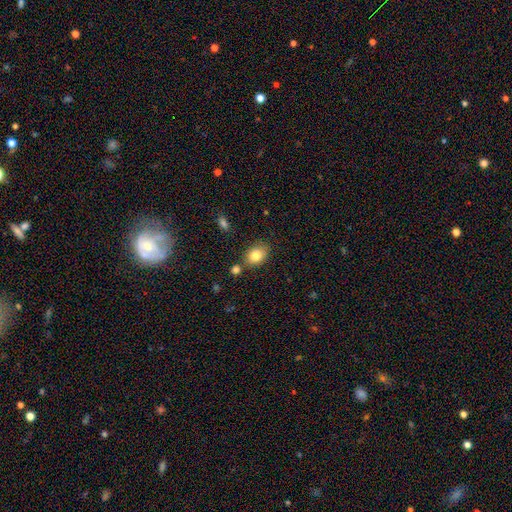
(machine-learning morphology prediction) Q: Smooth or featured?
A: smooth (82%); runner-up: featured or disk (9%)
Q: How rounded?
A: in between (71%); runner-up: round (28%)
Q: Merging?
A: none (72%); runner-up: minor disturbance (14%)